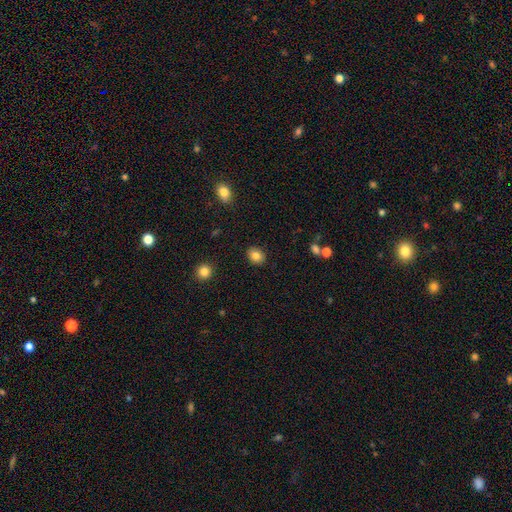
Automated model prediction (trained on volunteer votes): The model was most divided on "how rounded": in between: 50%, round: 49%, cigar-shaped: 1%. More confident: merging — none (89%); smooth or featured — smooth (83%).